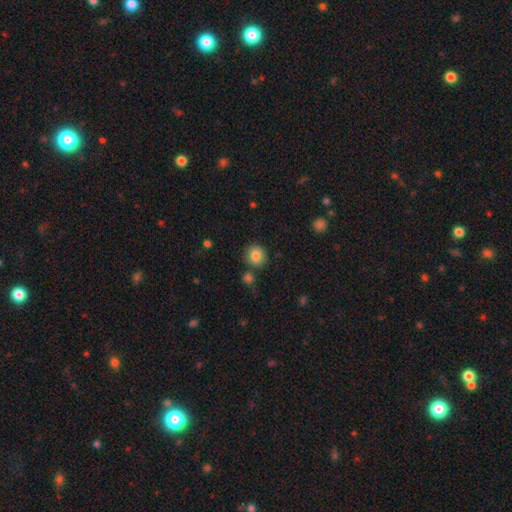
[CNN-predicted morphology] A smooth galaxy with no disk features (84%) that is round (89%). Merging: none (80%).